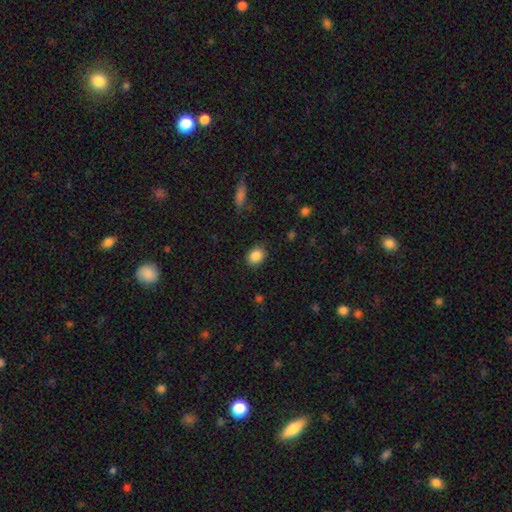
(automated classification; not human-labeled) Smooth or featured: smooth — 87% (star or artifact — 8%)
How rounded: in between — 58% (round — 41%)
Merging: none — 86% (minor disturbance — 10%)